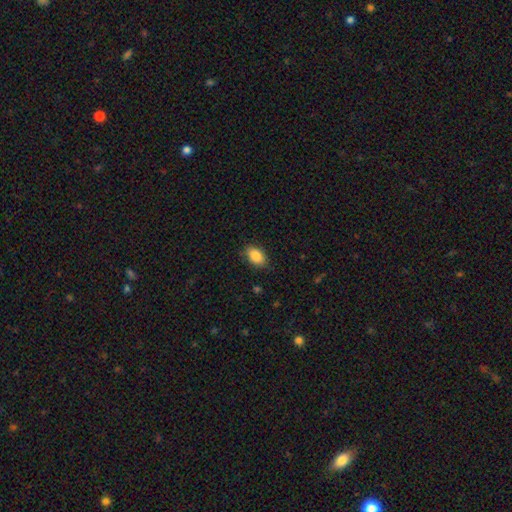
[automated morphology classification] type=smooth (87%); roundness=in between (89%); merging=none (82%).